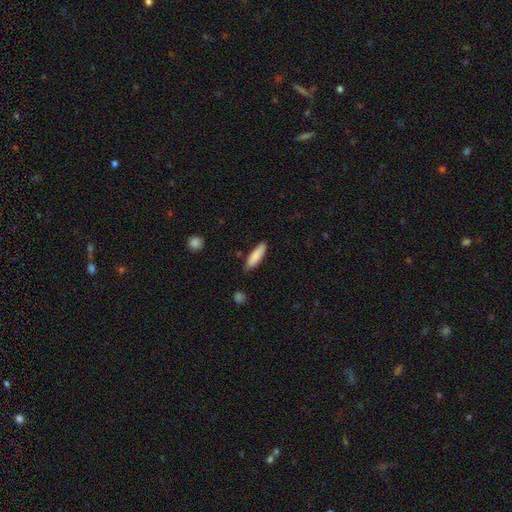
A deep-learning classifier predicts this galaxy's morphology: Smooth or featured? smooth (85%)
How rounded? cigar-shaped (60%)
Merging? none (81%)